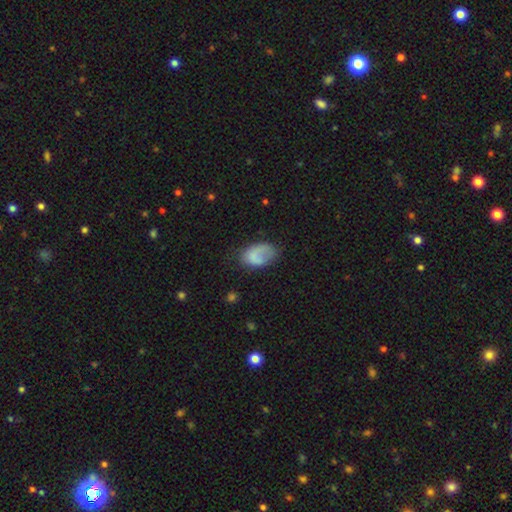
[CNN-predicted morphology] This is likely a smooth galaxy (73%). How rounded: clearly in between (88%). Merging: marginally none (45%).